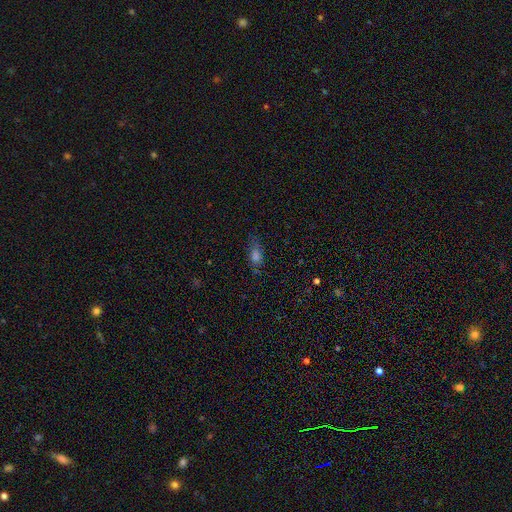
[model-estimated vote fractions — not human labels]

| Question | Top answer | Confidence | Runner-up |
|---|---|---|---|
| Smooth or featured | smooth | 63% | star or artifact (23%) |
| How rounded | in between | 69% | cigar-shaped (17%) |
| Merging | none | 64% | minor disturbance (23%) |